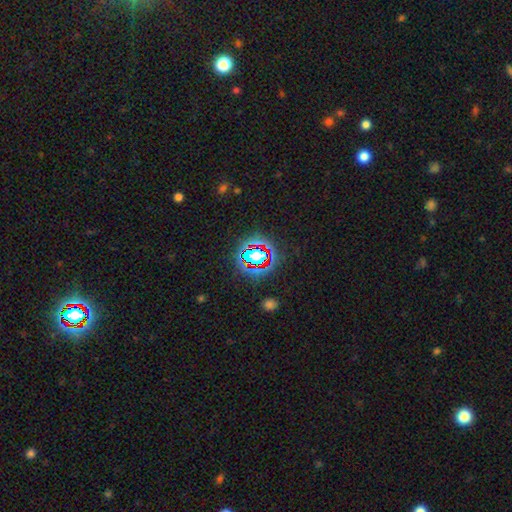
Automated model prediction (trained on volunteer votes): Smooth or featured? star or artifact (68%)